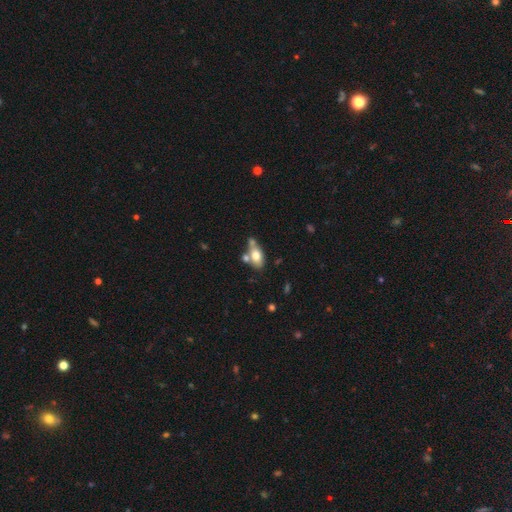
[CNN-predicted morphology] A smooth galaxy with no disk features (69%) that is in between round and cigar-shaped (85%).

Vote fractions:
- Smooth or featured? smooth: 69% / featured or disk: 23% / star or artifact: 8%
- How rounded? in between: 85% / round: 8% / cigar-shaped: 7%
- Merging? none: 48% / merger: 30% / minor disturbance: 16% / major disturbance: 6%